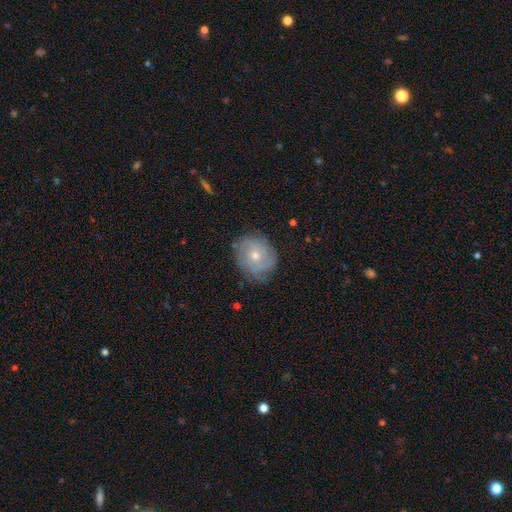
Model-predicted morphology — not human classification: This is likely a featured or disk galaxy (62%). It is clearly not viewed edge-on (97%). Bar: clearly no (84%). Spiral arm pattern: clearly yes (82%). Central bulge: possibly small (49%). Merging: likely none (69%).